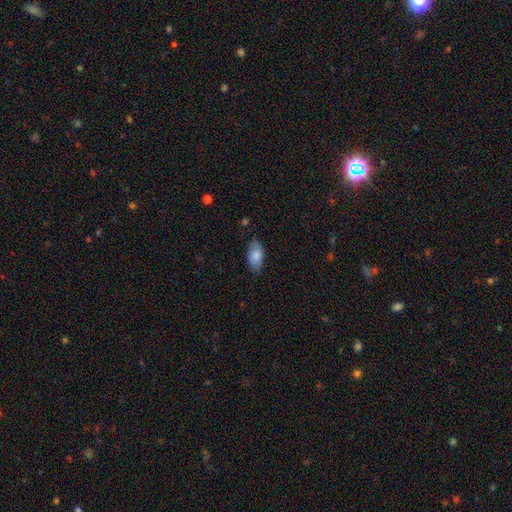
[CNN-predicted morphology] Smooth or featured?
  - smooth: 82% *
  - featured or disk: 11%
  - star or artifact: 7%
How rounded?
  - in between: 93% *
  - round: 4%
  - cigar-shaped: 3%
Merging?
  - none: 77% *
  - minor disturbance: 19%
  - major disturbance: 4%
  - merger: 1%